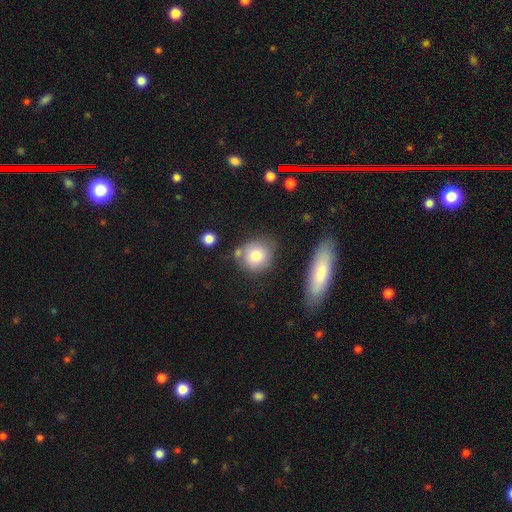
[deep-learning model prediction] Q: Smooth or featured?
A: smooth (79%); runner-up: featured or disk (12%)
Q: How rounded?
A: round (85%); runner-up: in between (13%)
Q: Merging?
A: none (65%); runner-up: minor disturbance (16%)